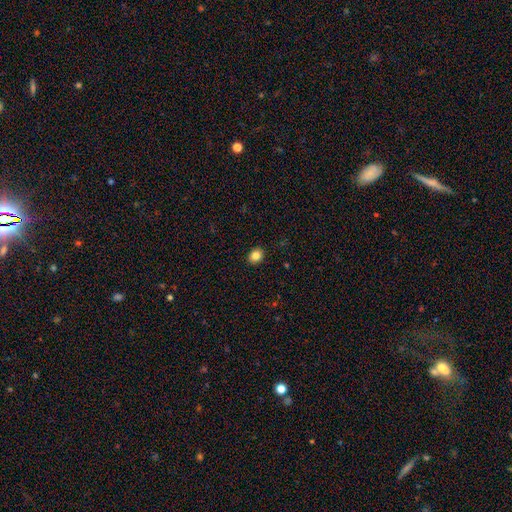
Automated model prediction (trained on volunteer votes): Smooth or featured?
  - smooth: 84% *
  - star or artifact: 11%
  - featured or disk: 5%
How rounded?
  - round: 57% *
  - in between: 42%
  - cigar-shaped: 1%
Merging?
  - none: 91% *
  - minor disturbance: 6%
  - major disturbance: 2%
  - merger: 1%